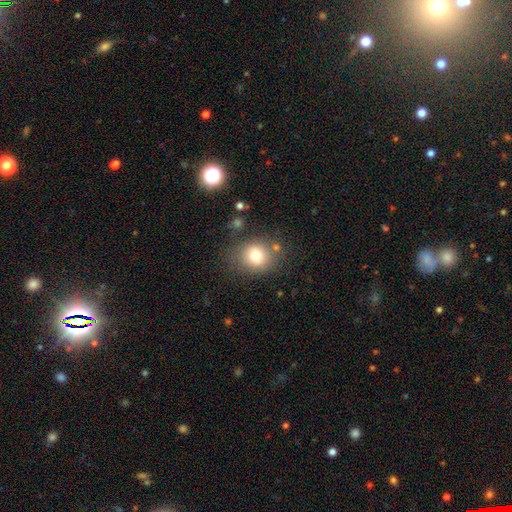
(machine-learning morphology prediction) This appears to be a smooth galaxy with no disk features (77%) that is round (70%). Merging: none (73%).